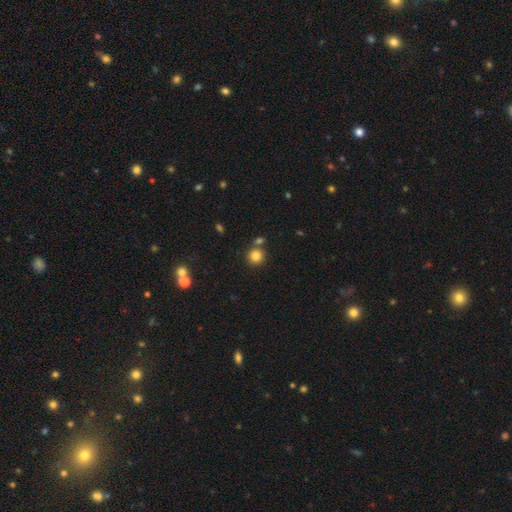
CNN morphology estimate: smooth-or-featured: smooth: 83% | star or artifact: 12% | featured or disk: 6%
  how-rounded: round: 92% | in between: 7% | cigar-shaped: 1%
  merging: none: 75% | merger: 15% | minor disturbance: 7% | major disturbance: 3%